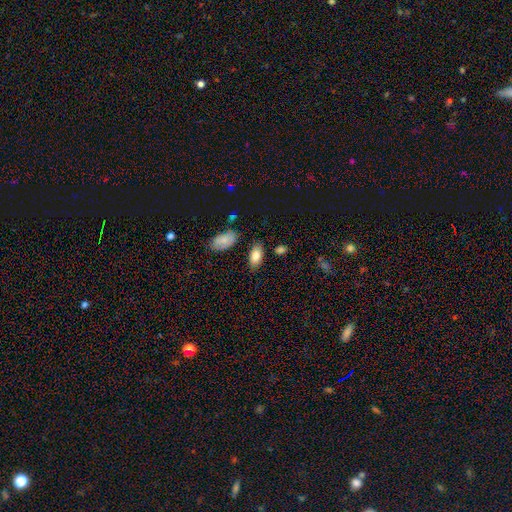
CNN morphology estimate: This appears to be a smooth galaxy with no disk features (84%) that is in between round and cigar-shaped (93%). Merging: none (80%).